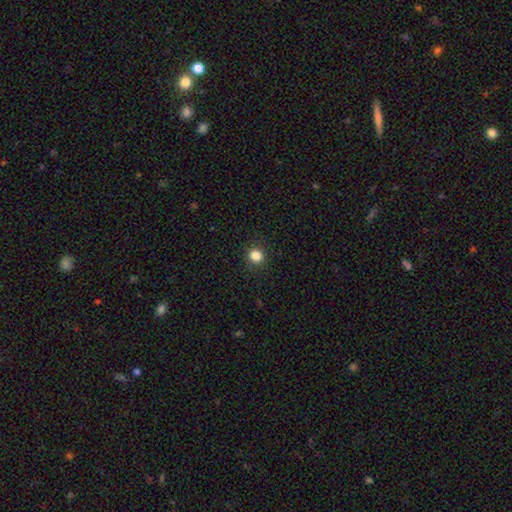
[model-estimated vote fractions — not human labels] Smooth or featured? smooth (84%)
How rounded? round (84%)
Merging? none (90%)